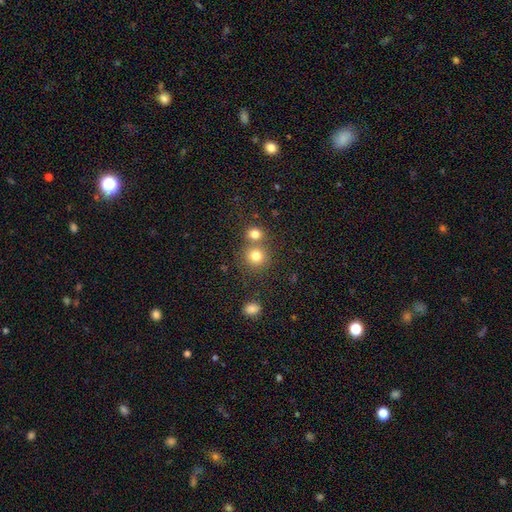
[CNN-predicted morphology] This is likely a smooth galaxy (80%). How rounded: clearly round (88%). Merging: possibly none (58%).